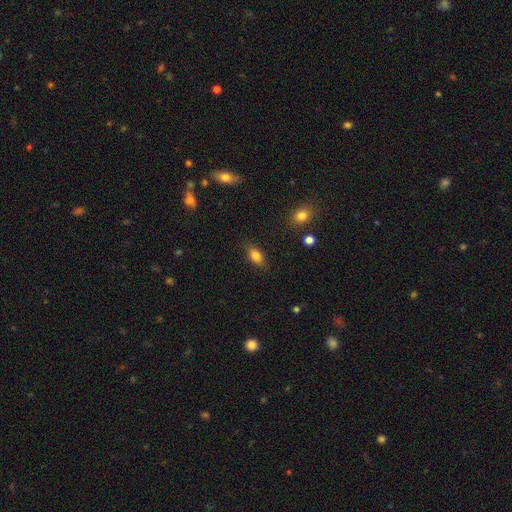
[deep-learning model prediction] smooth-or-featured: smooth: 82% | featured or disk: 9% | star or artifact: 9%
  how-rounded: in between: 85% | round: 8% | cigar-shaped: 7%
  merging: none: 83% | minor disturbance: 13% | major disturbance: 3% | merger: 1%